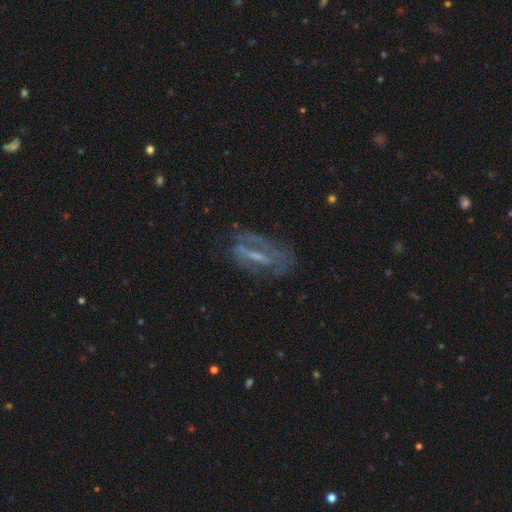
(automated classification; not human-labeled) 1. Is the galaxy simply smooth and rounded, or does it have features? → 64% featured or disk, 20% smooth, 16% star or artifact.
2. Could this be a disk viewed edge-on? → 81% no, 19% yes.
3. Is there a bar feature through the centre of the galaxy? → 39% strong, 35% weak, 26% no.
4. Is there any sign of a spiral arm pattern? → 53% yes, 47% no.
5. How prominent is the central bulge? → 44% small, 27% none, 25% moderate, 3% large, 1% dominant.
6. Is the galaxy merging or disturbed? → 57% none, 20% minor disturbance, 20% major disturbance, 3% merger.